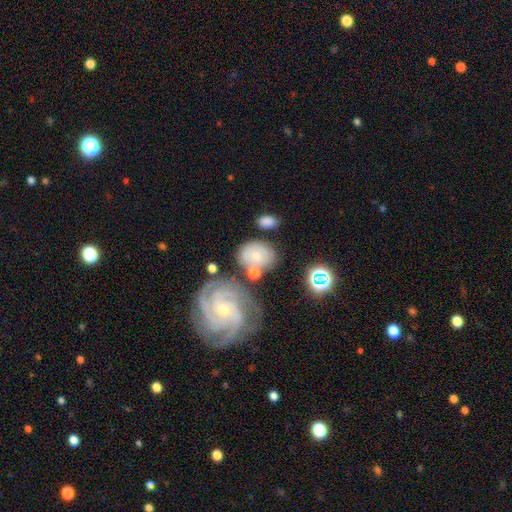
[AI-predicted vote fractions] Smooth or featured: smooth — 47% (featured or disk — 43%)
Merging: none — 58% (minor disturbance — 19%)